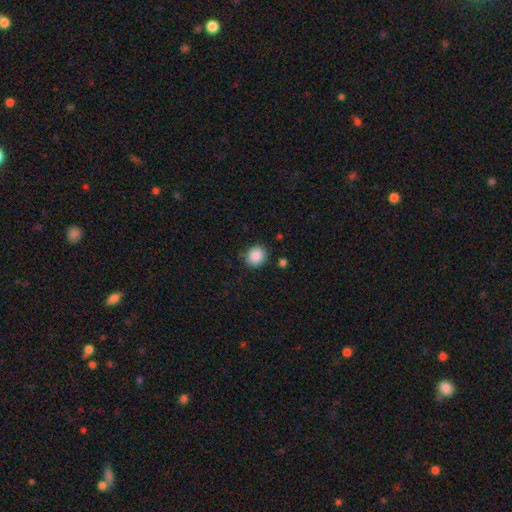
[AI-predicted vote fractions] Overall: smooth (88%). How rounded: round (80%). Merging: none (84%).